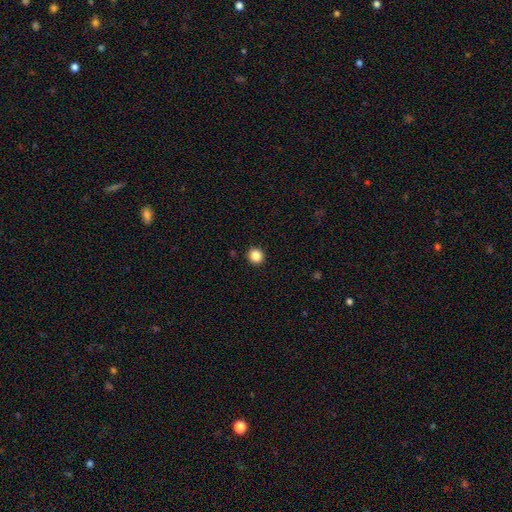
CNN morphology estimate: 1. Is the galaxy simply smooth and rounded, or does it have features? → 86% smooth, 10% star or artifact, 3% featured or disk.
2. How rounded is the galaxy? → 89% round, 10% in between, 1% cigar-shaped.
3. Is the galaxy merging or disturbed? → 93% none, 5% minor disturbance, 2% major disturbance, 1% merger.